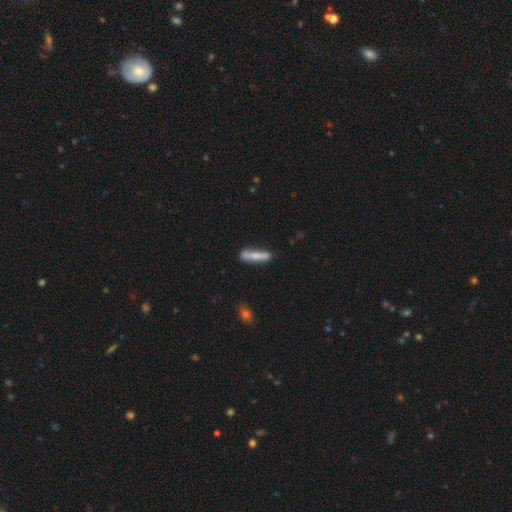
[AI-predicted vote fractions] This appears to be a smooth galaxy with no disk features (64%) that is cigar-shaped (85%). Merging: none (83%).